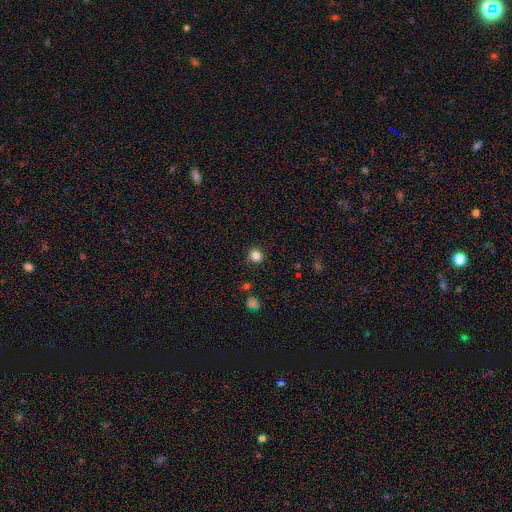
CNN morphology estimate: type=smooth (83%); roundness=round (92%); merging=none (90%).